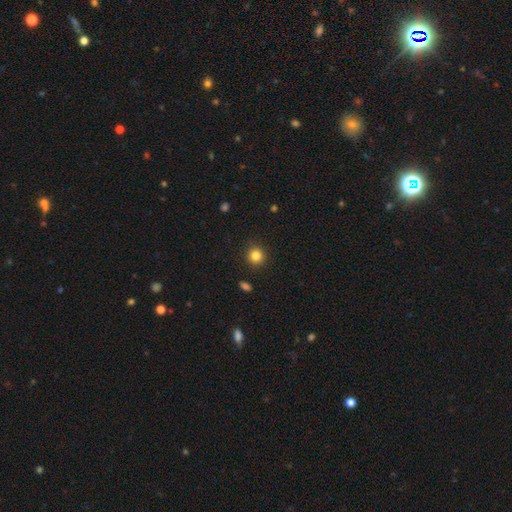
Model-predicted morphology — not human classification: This appears to be a smooth galaxy with no disk features (84%) that is round (92%). Merging: none (91%).